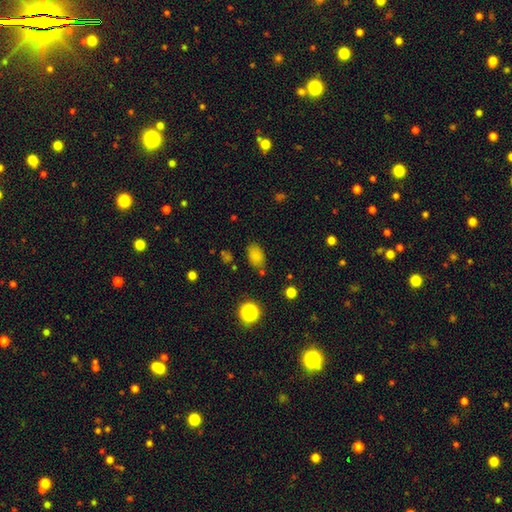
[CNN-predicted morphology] A smooth galaxy with no disk features (81%) that is in between round and cigar-shaped (87%). Merging: none (77%).